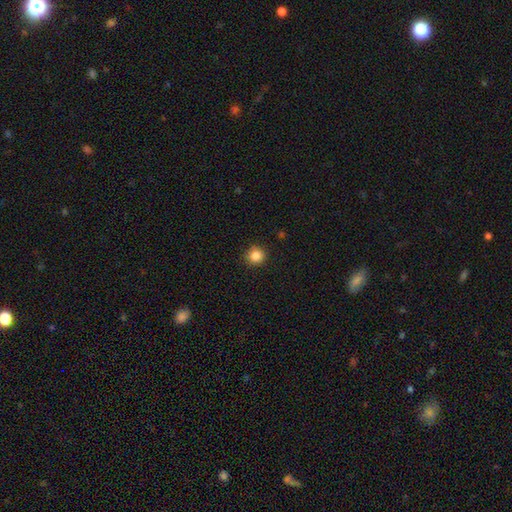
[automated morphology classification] A smooth galaxy with no disk features (85%) that is round (93%).

Vote fractions:
- Smooth or featured? smooth: 85% / star or artifact: 11% / featured or disk: 4%
- How rounded? round: 93% / in between: 6% / cigar-shaped: 1%
- Merging? none: 90% / minor disturbance: 7% / major disturbance: 2% / merger: 1%